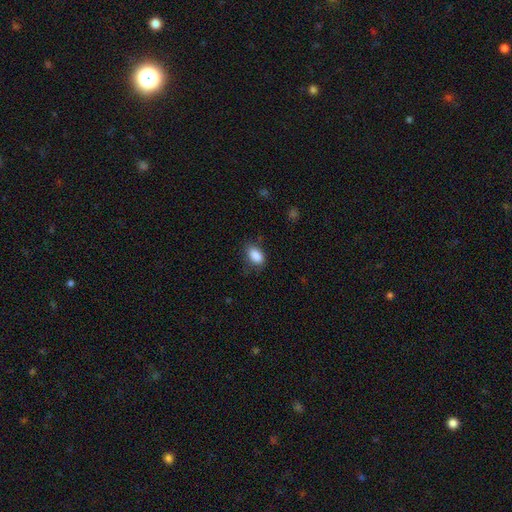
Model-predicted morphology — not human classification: A smooth galaxy with no disk features (88%) that is in between round and cigar-shaped (90%).

Vote fractions:
- Smooth or featured? smooth: 88% / star or artifact: 8% / featured or disk: 5%
- How rounded? in between: 90% / round: 7% / cigar-shaped: 3%
- Merging? none: 74% / minor disturbance: 19% / major disturbance: 5% / merger: 1%